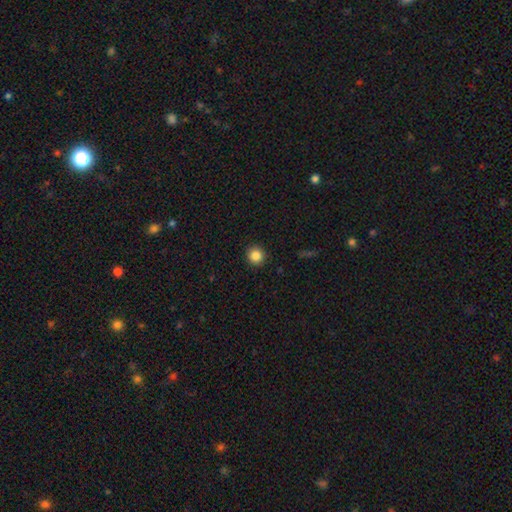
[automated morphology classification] Q: Smooth or featured?
A: smooth (86%); runner-up: star or artifact (10%)
Q: How rounded?
A: round (93%); runner-up: in between (6%)
Q: Merging?
A: none (92%); runner-up: minor disturbance (5%)